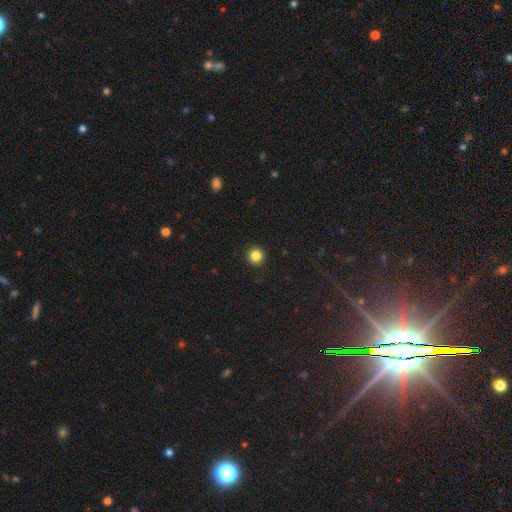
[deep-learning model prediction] Q: Smooth or featured?
A: smooth (85%); runner-up: star or artifact (11%)
Q: How rounded?
A: round (95%); runner-up: in between (4%)
Q: Merging?
A: none (93%); runner-up: minor disturbance (4%)